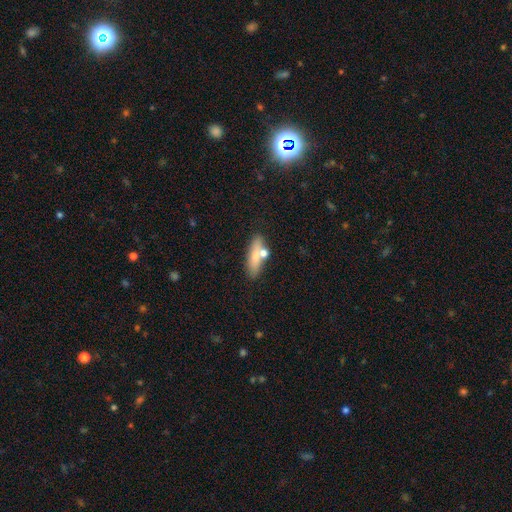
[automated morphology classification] smooth_or_featured: smooth (p=0.71) [alt: featured or disk p=0.21]
how_rounded: in between (p=0.50) [alt: cigar-shaped p=0.45]
merging: none (p=0.67) [alt: merger p=0.15]